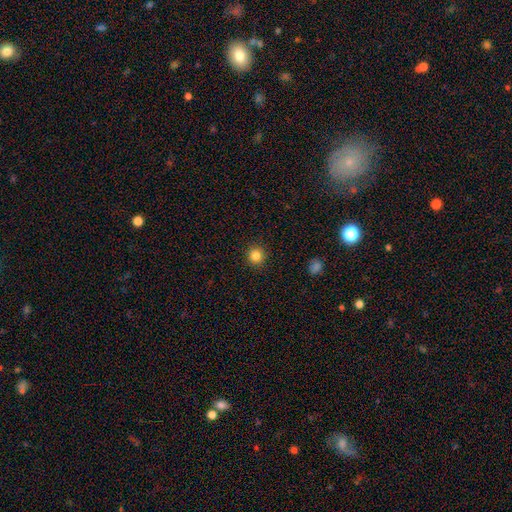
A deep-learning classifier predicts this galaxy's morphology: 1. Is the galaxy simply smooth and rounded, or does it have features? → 85% smooth, 12% star or artifact, 4% featured or disk.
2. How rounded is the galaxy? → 95% round, 4% in between, 1% cigar-shaped.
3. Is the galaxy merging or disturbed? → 92% none, 5% minor disturbance, 2% major disturbance, 1% merger.